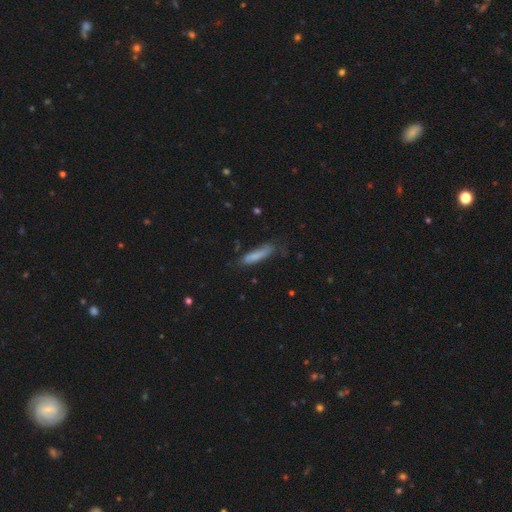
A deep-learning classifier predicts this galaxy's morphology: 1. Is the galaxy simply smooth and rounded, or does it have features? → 78% smooth, 15% featured or disk, 7% star or artifact.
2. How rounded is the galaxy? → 81% cigar-shaped, 17% in between, 1% round.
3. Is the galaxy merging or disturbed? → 64% none, 26% minor disturbance, 8% major disturbance, 3% merger.